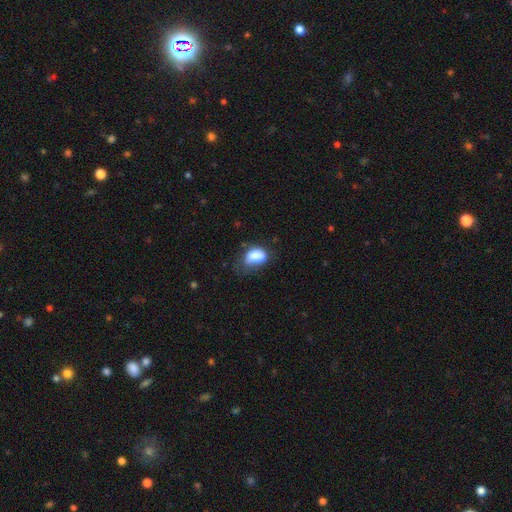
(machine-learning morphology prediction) The model was most divided on "merging": minor disturbance: 38%, none: 31%, major disturbance: 24%, merger: 7%. More confident: how rounded — in between (80%); smooth or featured — smooth (79%).